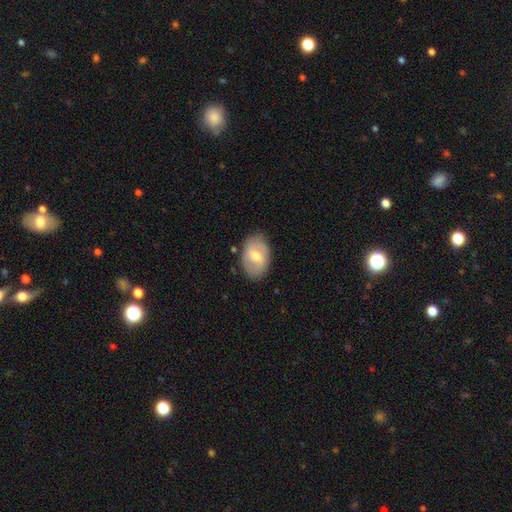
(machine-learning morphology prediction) This appears to be a smooth galaxy with no disk features (53%) that is in between round and cigar-shaped (84%). Merging: none (81%).